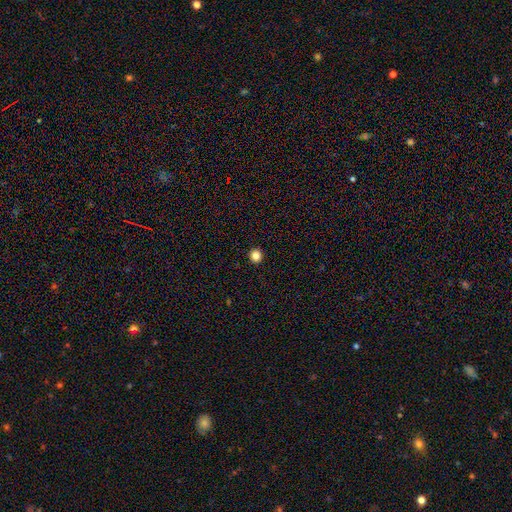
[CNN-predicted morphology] This is clearly a smooth galaxy (84%). How rounded: clearly round (95%). Merging: clearly none (94%).